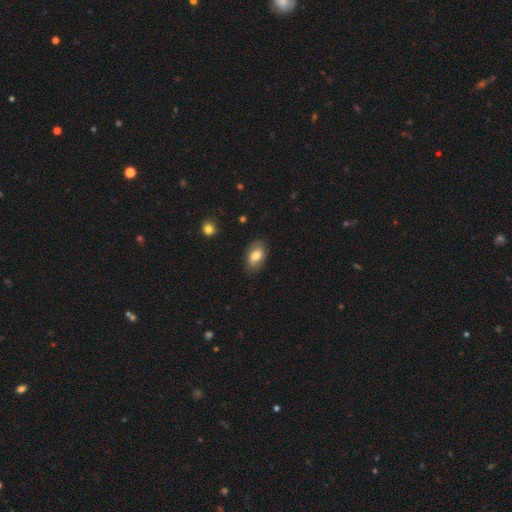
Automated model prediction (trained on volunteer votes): A smooth galaxy with no disk features (77%) that is in between round and cigar-shaped (89%).

Vote fractions:
- Smooth or featured? smooth: 77% / featured or disk: 16% / star or artifact: 7%
- How rounded? in between: 89% / round: 9% / cigar-shaped: 1%
- Merging? none: 85% / minor disturbance: 11% / major disturbance: 2% / merger: 1%